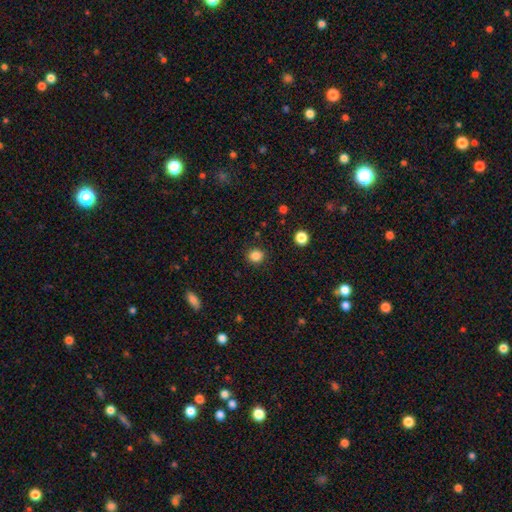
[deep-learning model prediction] Q: Smooth or featured?
A: smooth (85%); runner-up: star or artifact (12%)
Q: How rounded?
A: round (83%); runner-up: in between (16%)
Q: Merging?
A: none (89%); runner-up: minor disturbance (7%)